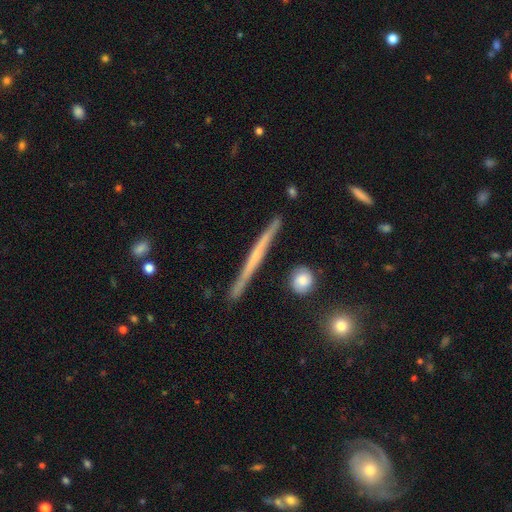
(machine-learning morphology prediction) Smooth or featured? featured or disk (66%)
Edge-on disk? yes (97%)
Edge-on bulge? none (72%)
Merging? none (88%)